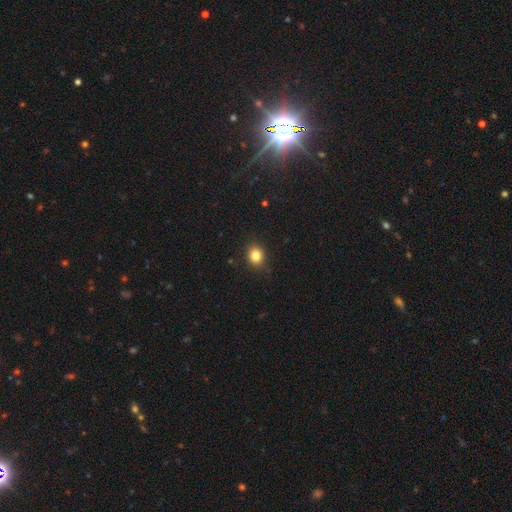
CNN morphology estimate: This is clearly a smooth galaxy (84%). How rounded: likely round (69%). Merging: clearly none (88%).